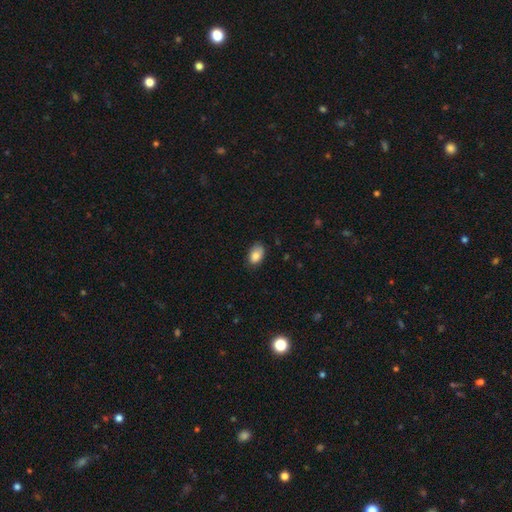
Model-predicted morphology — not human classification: smooth-or-featured: smooth: 84% | featured or disk: 8% | star or artifact: 8%
  how-rounded: in between: 89% | round: 9% | cigar-shaped: 1%
  merging: none: 72% | minor disturbance: 23% | major disturbance: 4% | merger: 1%